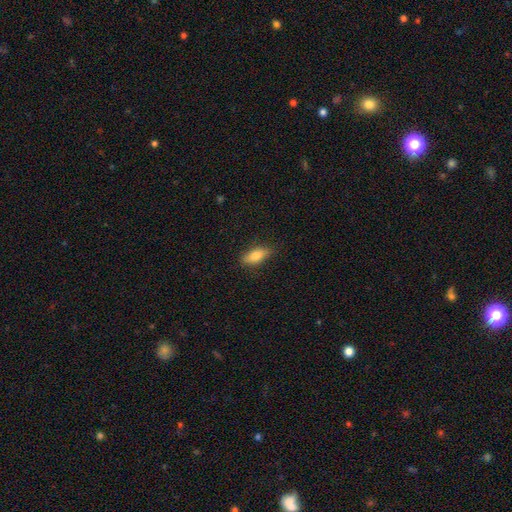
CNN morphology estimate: The model was most divided on "how rounded": in between: 73%, cigar-shaped: 25%, round: 3%. More confident: merging — none (84%); smooth or featured — smooth (80%).